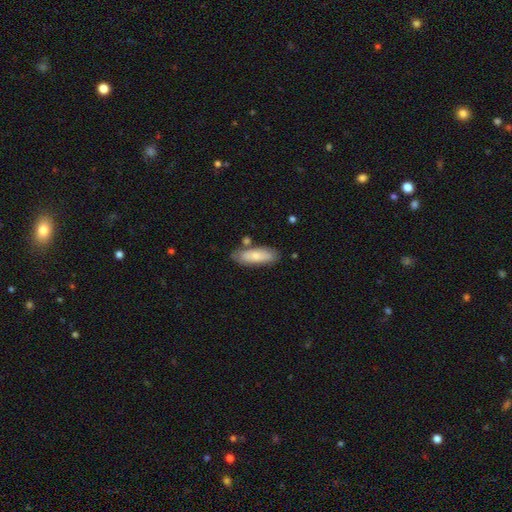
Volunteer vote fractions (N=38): Smooth or featured? 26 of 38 (68%) said smooth. How rounded? 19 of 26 (73%) said in between. Merging? 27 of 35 (77%) said none.